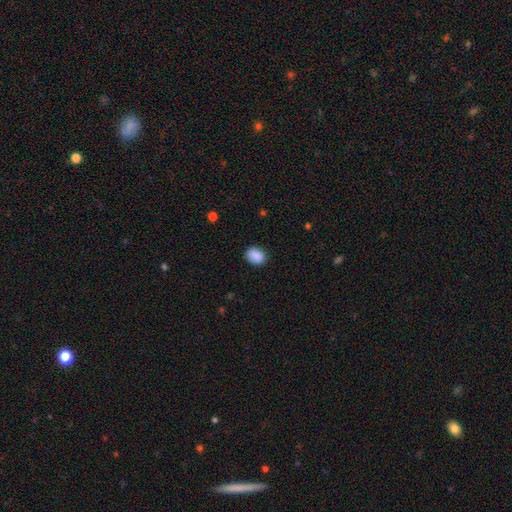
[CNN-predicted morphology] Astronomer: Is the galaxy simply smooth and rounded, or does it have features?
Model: smooth — 90%.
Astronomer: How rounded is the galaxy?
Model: in between — 64%.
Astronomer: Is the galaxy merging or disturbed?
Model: none — 86%.